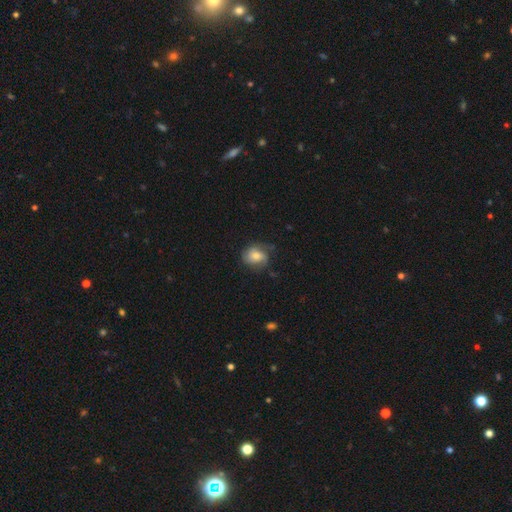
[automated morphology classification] smooth 51%, featured or disk 41%, star or artifact 8%. Down the decision tree: how rounded — round (54%); merging — none (60%).